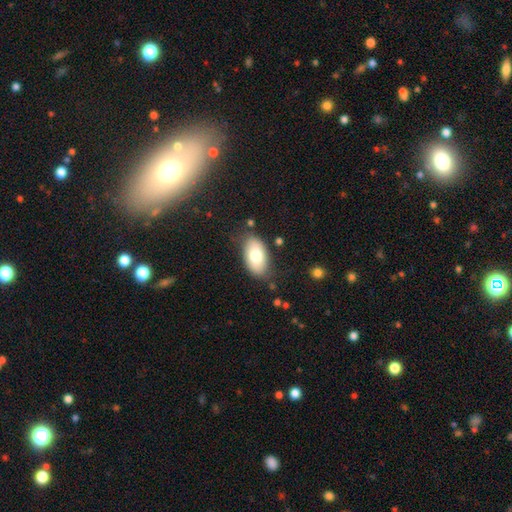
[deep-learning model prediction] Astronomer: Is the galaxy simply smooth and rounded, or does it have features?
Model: smooth — 75%.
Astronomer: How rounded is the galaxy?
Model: in between — 94%.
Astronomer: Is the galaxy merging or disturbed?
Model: none — 78%.